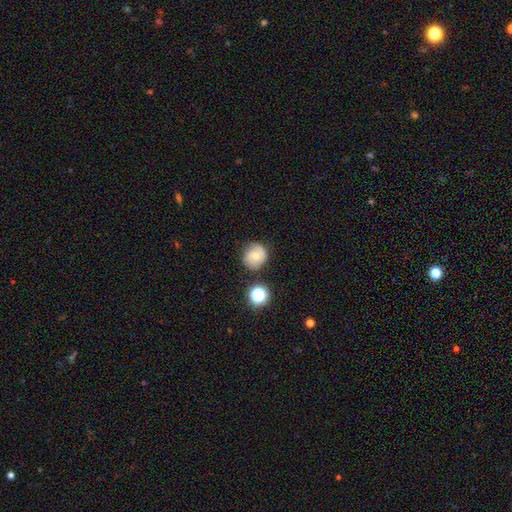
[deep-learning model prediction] A smooth galaxy with no disk features (56%) that is round (86%). Merging: none (73%).